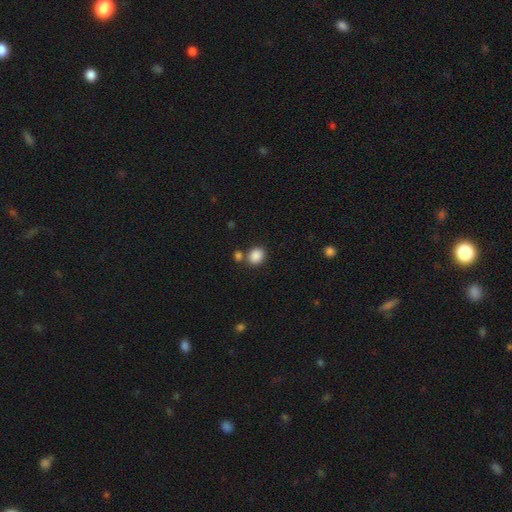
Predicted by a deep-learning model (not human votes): This appears to be a smooth galaxy with no disk features (87%) that is round (55%). Merging: none (69%).